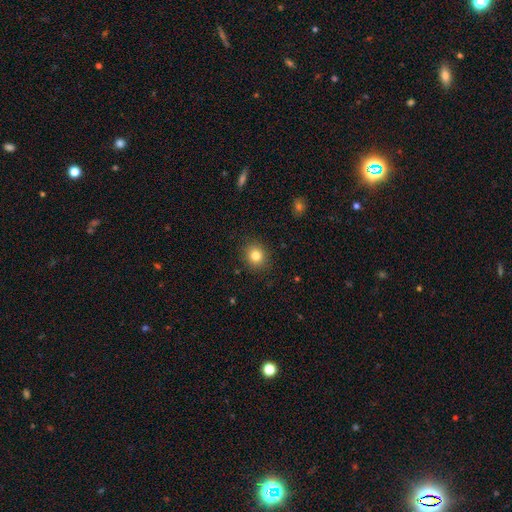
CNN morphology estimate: smooth_or_featured: smooth (p=0.82) [alt: star or artifact p=0.11]
how_rounded: round (p=0.80) [alt: in between p=0.19]
merging: none (p=0.89) [alt: minor disturbance p=0.08]